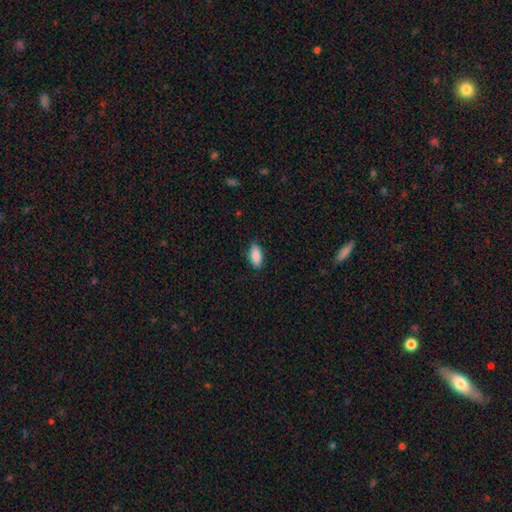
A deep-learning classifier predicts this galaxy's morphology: A smooth galaxy with no disk features (90%) that is in between round and cigar-shaped (90%). Merging: none (86%).